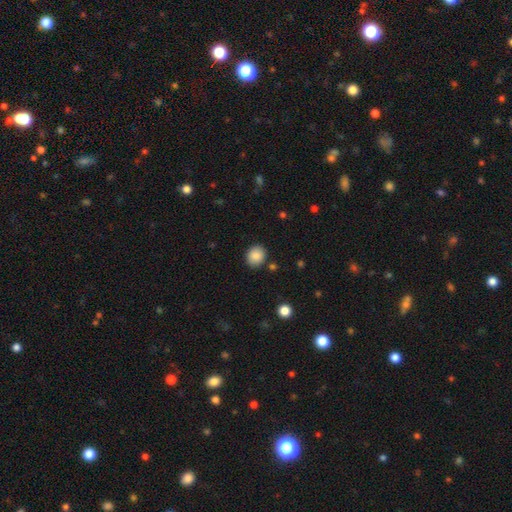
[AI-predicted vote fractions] This appears to be a smooth galaxy with no disk features (86%) that is round (69%). Merging: none (87%).